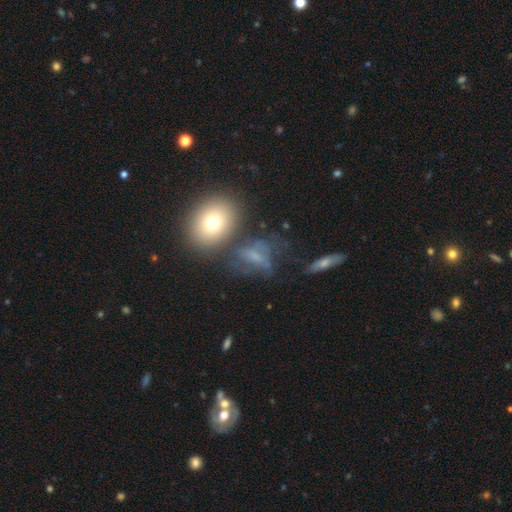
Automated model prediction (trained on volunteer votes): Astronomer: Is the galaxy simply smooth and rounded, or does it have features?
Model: smooth — 41% (runner-up: featured or disk, 39%).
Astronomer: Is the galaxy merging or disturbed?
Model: none — 43% (runner-up: major disturbance, 23%).